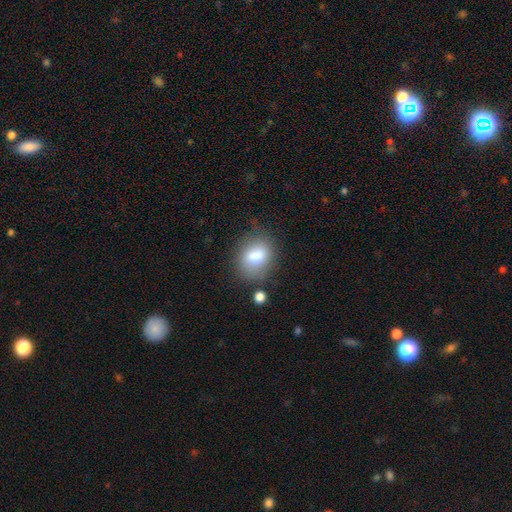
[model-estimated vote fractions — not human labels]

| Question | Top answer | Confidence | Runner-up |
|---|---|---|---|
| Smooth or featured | smooth | 81% | featured or disk (11%) |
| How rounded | in between | 59% | round (39%) |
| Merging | none | 61% | minor disturbance (22%) |